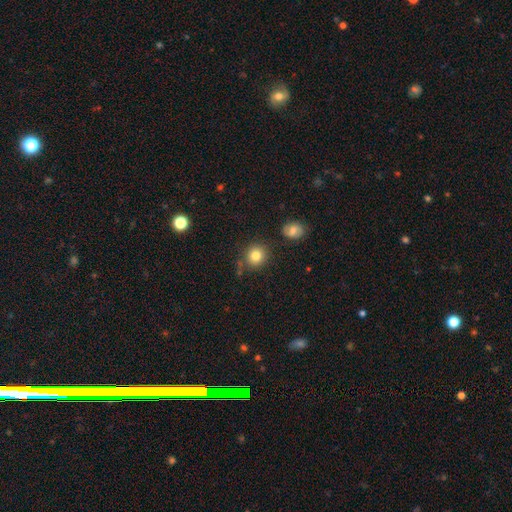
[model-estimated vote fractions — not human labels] Smooth or featured?
  - smooth: 82% *
  - star or artifact: 11%
  - featured or disk: 7%
How rounded?
  - round: 89% *
  - in between: 10%
  - cigar-shaped: 1%
Merging?
  - none: 80% *
  - minor disturbance: 11%
  - merger: 6%
  - major disturbance: 3%